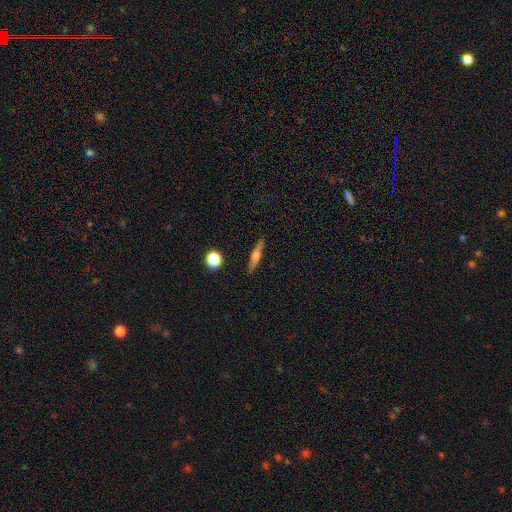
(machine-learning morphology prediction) Smooth or featured? featured or disk (57%)
Edge-on disk? yes (96%)
Edge-on bulge? rounded (80%)
Merging? none (90%)